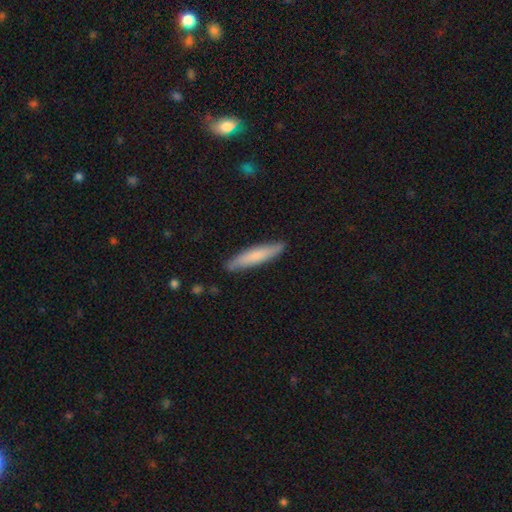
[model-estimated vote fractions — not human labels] Morphology: type=smooth (72%); roundness=cigar-shaped (89%); merging=none (88%).